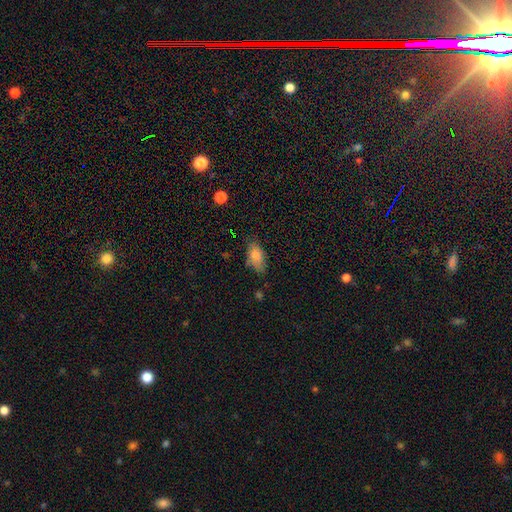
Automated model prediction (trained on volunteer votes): Morphology: type=smooth (79%); roundness=in between (90%); merging=none (66%).